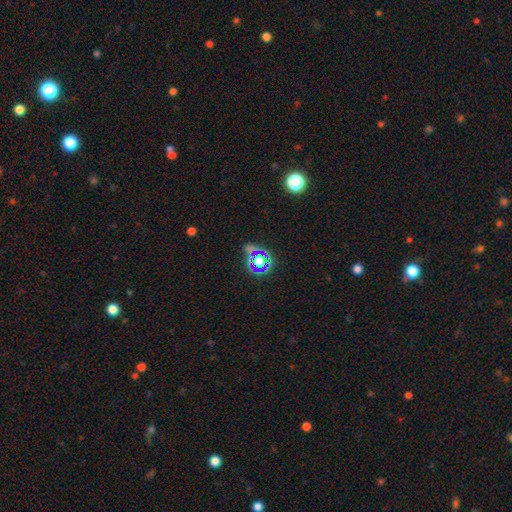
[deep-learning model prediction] star or artifact 72%, smooth 19%, featured or disk 9%.